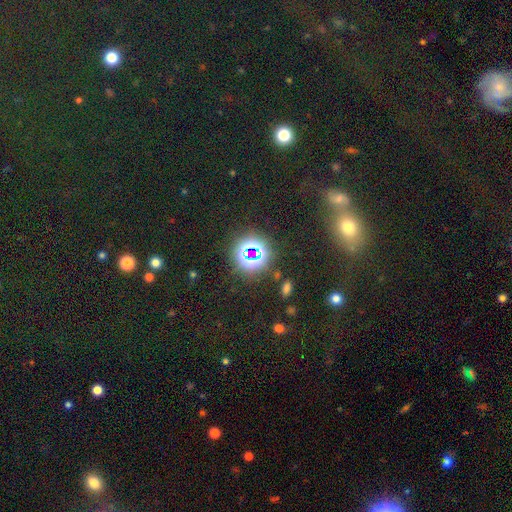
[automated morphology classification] smooth_or_featured: star or artifact (p=0.74) [alt: smooth p=0.17]